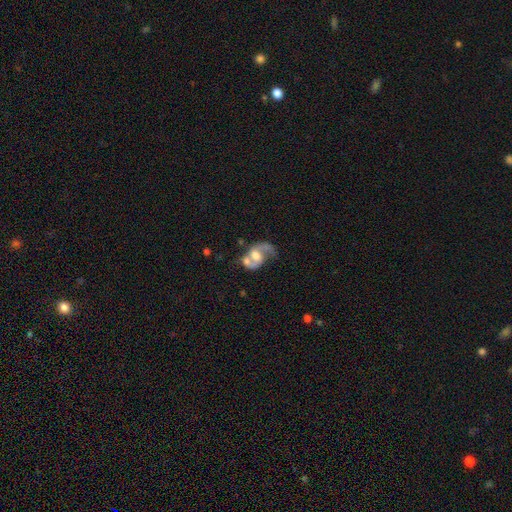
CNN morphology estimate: This appears to be a featured or disk galaxy (71%) with no bar (58%), 2 (64%) loose (49%) spiral arms (82%) and a moderate central bulge (51%). Merging: merger (43%).